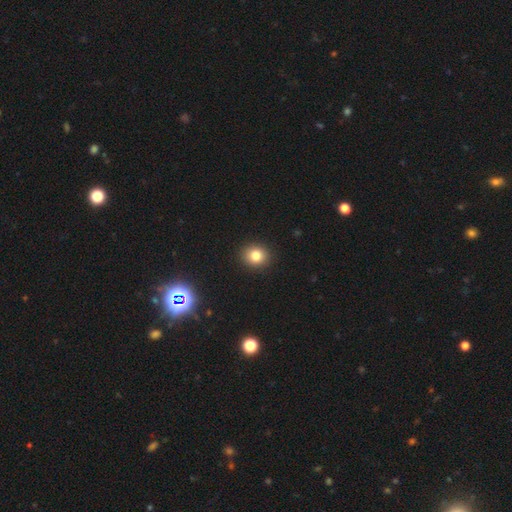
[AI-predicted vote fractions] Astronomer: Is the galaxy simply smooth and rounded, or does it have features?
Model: smooth — 81%.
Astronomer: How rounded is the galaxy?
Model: round — 79%.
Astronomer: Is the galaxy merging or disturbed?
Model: none — 92%.